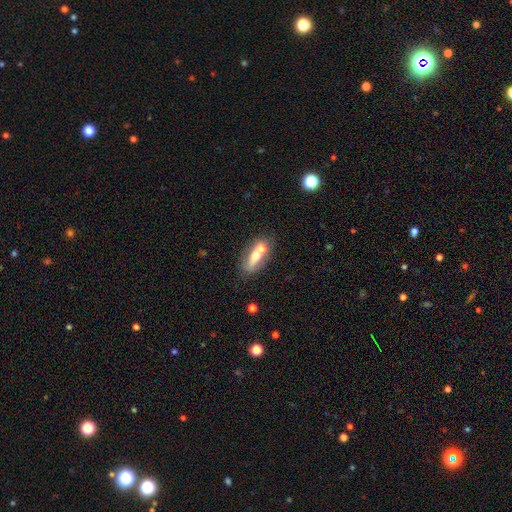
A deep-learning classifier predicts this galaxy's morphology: A smooth galaxy with no disk features (57%) that is in between round and cigar-shaped (69%).

Vote fractions:
- Smooth or featured? smooth: 57% / featured or disk: 35% / star or artifact: 8%
- How rounded? in between: 69% / cigar-shaped: 21% / round: 10%
- Merging? merger: 46% / none: 36% / minor disturbance: 12% / major disturbance: 6%